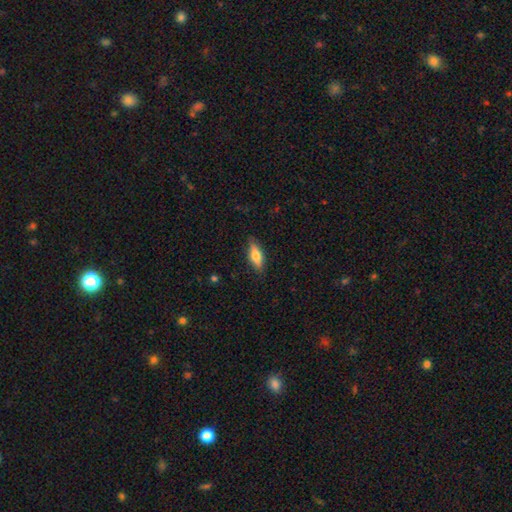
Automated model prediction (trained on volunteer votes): smooth_or_featured: smooth (p=0.61) [alt: featured or disk p=0.32]
how_rounded: in between (p=0.56) [alt: cigar-shaped p=0.42]
merging: none (p=0.85) [alt: minor disturbance p=0.11]